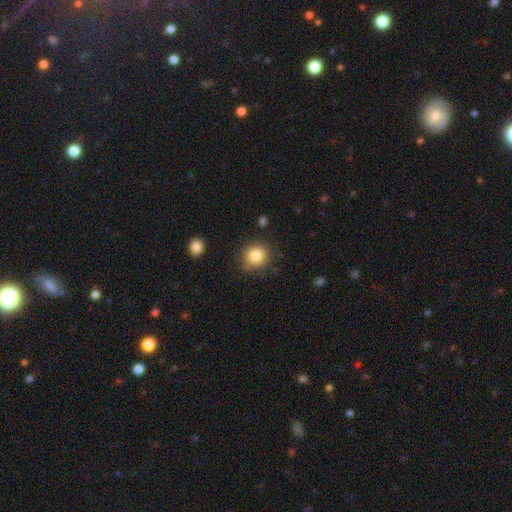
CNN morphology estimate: A smooth galaxy with no disk features (84%) that is round (86%).

Vote fractions:
- Smooth or featured? smooth: 84% / star or artifact: 10% / featured or disk: 6%
- How rounded? round: 86% / in between: 13% / cigar-shaped: 1%
- Merging? none: 83% / minor disturbance: 11% / major disturbance: 4% / merger: 2%